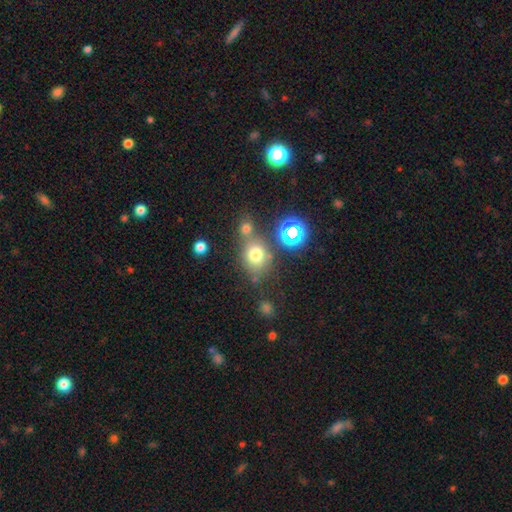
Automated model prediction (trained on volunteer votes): smooth 68%, star or artifact 22%, featured or disk 10%. Down the decision tree: how rounded — round (63%); merging — none (61%).